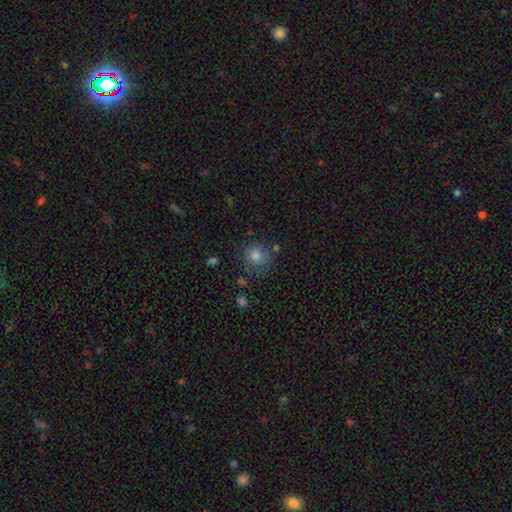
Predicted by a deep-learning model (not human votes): smooth-or-featured: smooth: 78% | star or artifact: 13% | featured or disk: 9%
  how-rounded: round: 84% | in between: 15% | cigar-shaped: 1%
  merging: none: 73% | minor disturbance: 16% | merger: 6% | major disturbance: 5%